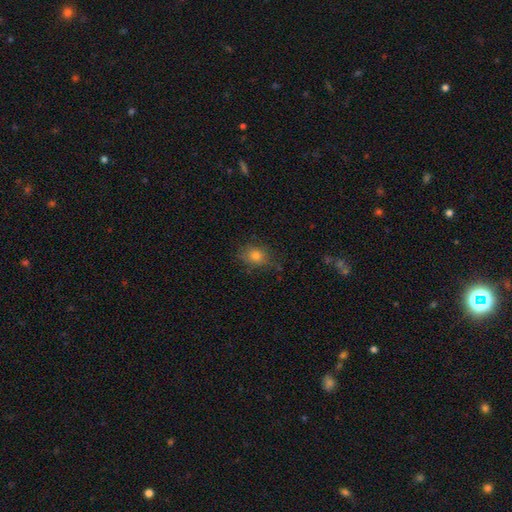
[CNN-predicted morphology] Smooth or featured?
  - smooth: 78% *
  - star or artifact: 12%
  - featured or disk: 10%
How rounded?
  - in between: 52% *
  - round: 46%
  - cigar-shaped: 1%
Merging?
  - none: 74% *
  - minor disturbance: 20%
  - major disturbance: 5%
  - merger: 2%